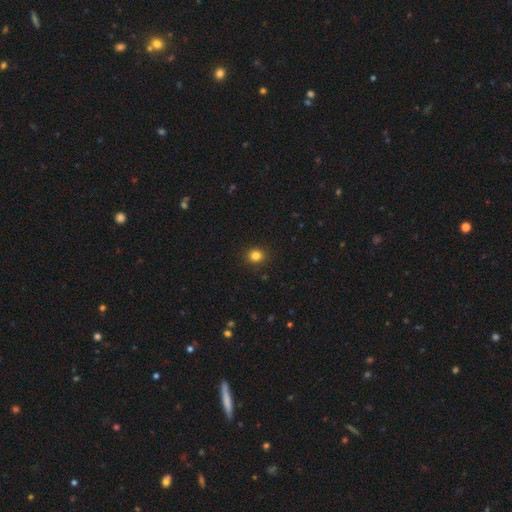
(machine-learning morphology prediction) Smooth or featured: smooth — 83% (star or artifact — 12%)
How rounded: round — 82% (in between — 17%)
Merging: none — 91% (minor disturbance — 6%)